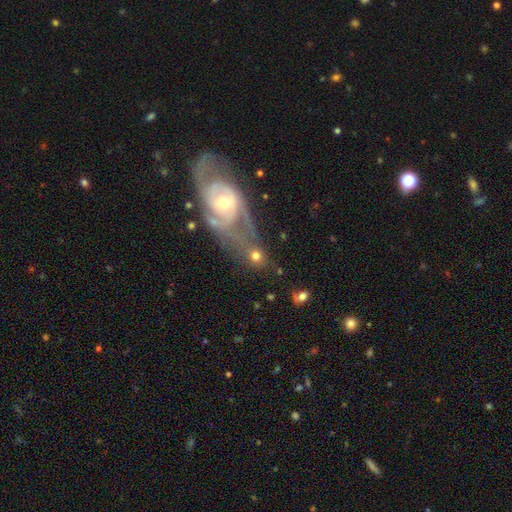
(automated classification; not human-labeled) A smooth galaxy with no disk features (59%) that is round (72%).

Vote fractions:
- Smooth or featured? smooth: 59% / featured or disk: 30% / star or artifact: 11%
- How rounded? round: 72% / in between: 25% / cigar-shaped: 3%
- Merging? none: 46% / merger: 29% / minor disturbance: 13% / major disturbance: 12%